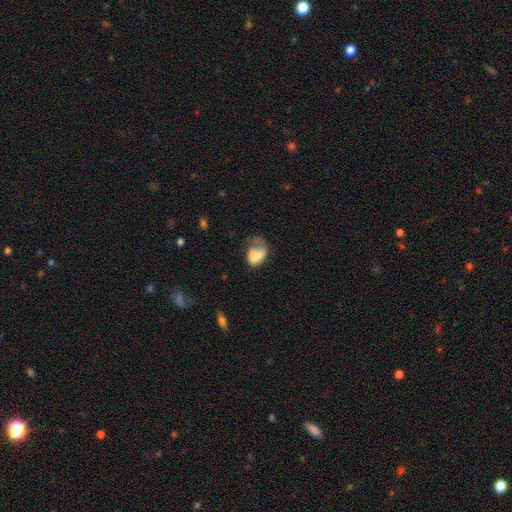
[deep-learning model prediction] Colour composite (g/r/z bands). It shows a smooth galaxy with no disk features (65%) that is in between round and cigar-shaped (76%). Merging: major disturbance (47%).